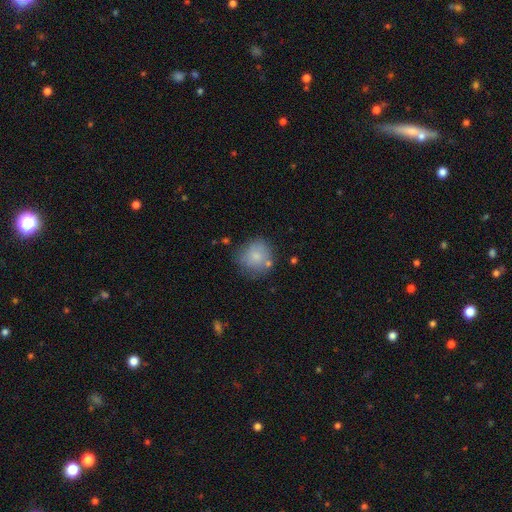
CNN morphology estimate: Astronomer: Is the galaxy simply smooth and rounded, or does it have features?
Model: smooth — 76%.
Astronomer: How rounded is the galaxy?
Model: round — 87%.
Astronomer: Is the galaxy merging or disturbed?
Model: none — 64%.